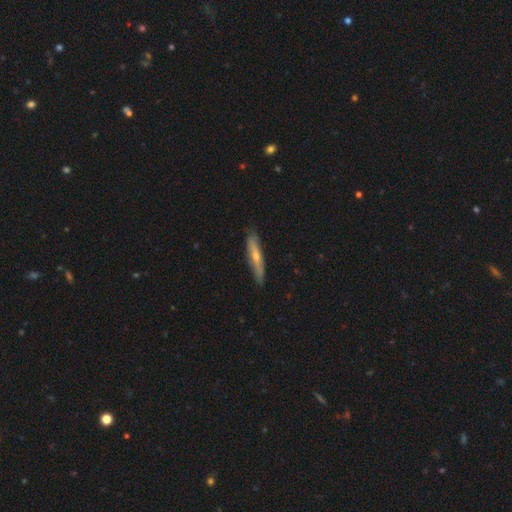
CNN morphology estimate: The model was most divided on "smooth or featured": featured or disk: 52%, smooth: 41%, star or artifact: 6%. More confident: merging — none (84%); edge-on disk — yes (84%).